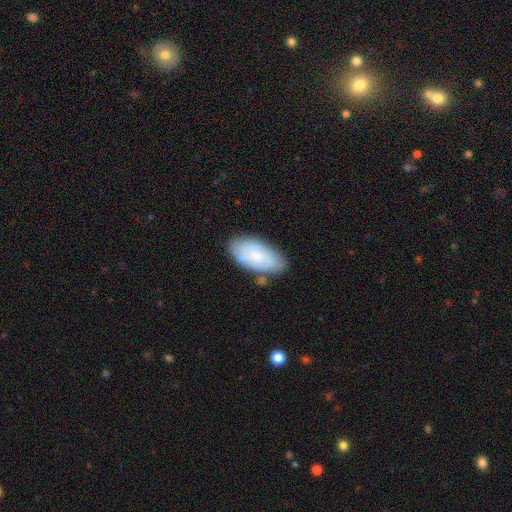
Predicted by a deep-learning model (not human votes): Overall: smooth (70%). How rounded: in between (94%). Merging: none (70%).